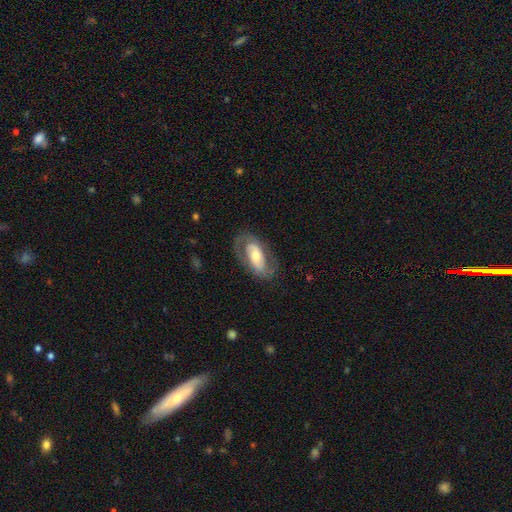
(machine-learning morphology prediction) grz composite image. It shows a featured or disk galaxy (72%) with no bar (43%), 2 (78%) medium (44%) spiral arms (76%) and a moderate central bulge (59%). Merging: none (73%).